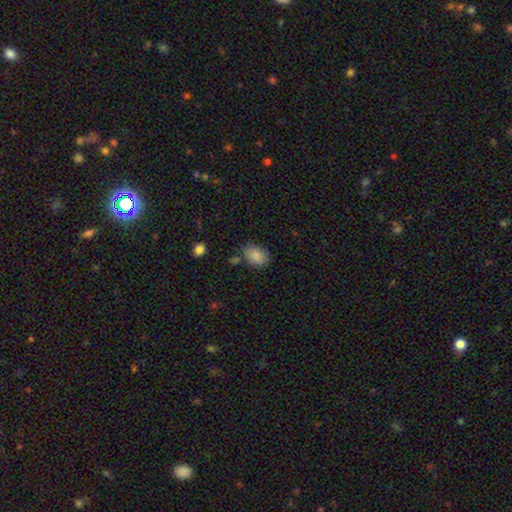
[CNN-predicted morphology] Smooth or featured? smooth (87%)
How rounded? in between (72%)
Merging? none (75%)